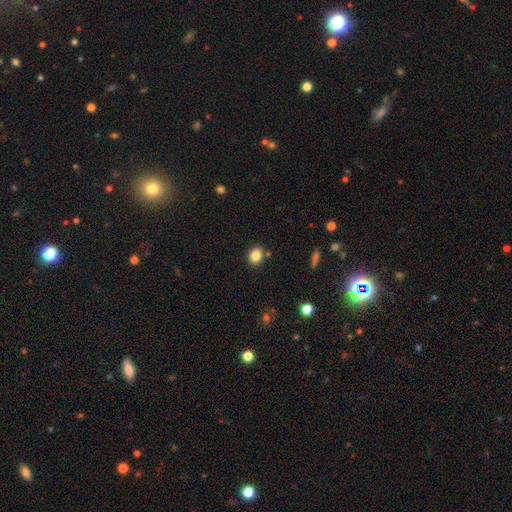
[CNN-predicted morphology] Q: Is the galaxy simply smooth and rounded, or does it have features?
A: smooth — 84%.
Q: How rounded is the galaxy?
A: round — 58%.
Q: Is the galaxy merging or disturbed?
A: none — 86%.